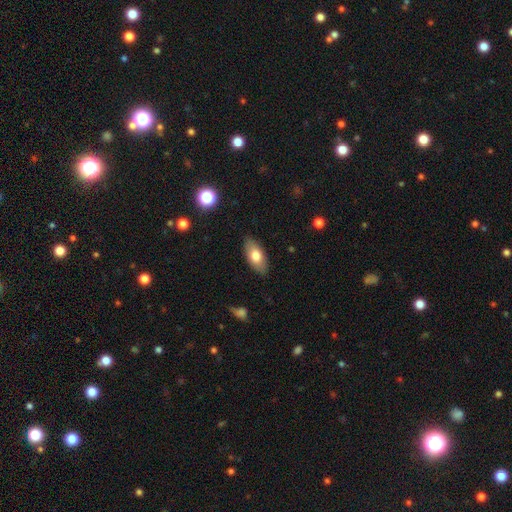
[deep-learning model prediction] smooth-or-featured: smooth: 73% | featured or disk: 20% | star or artifact: 6%
  how-rounded: in between: 90% | cigar-shaped: 7% | round: 3%
  merging: none: 86% | minor disturbance: 11% | major disturbance: 2% | merger: 1%